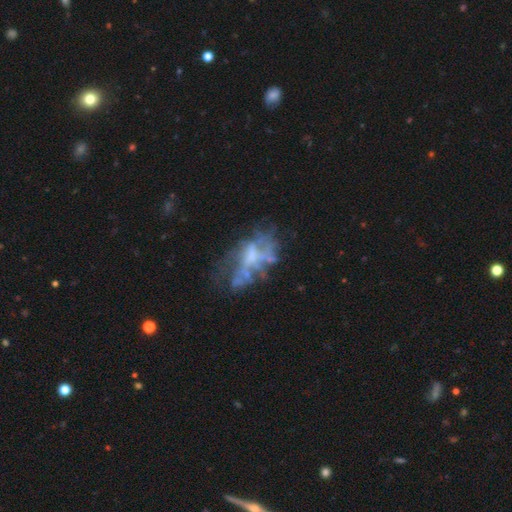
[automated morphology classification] The model was most divided on "merging": none: 41%, major disturbance: 30%, minor disturbance: 19%, merger: 10%. Remaining: edge-on disk — no (95%); bar — no (76%); spiral arms — no (75%); smooth or featured — featured or disk (66%); bulge size — none (44%).